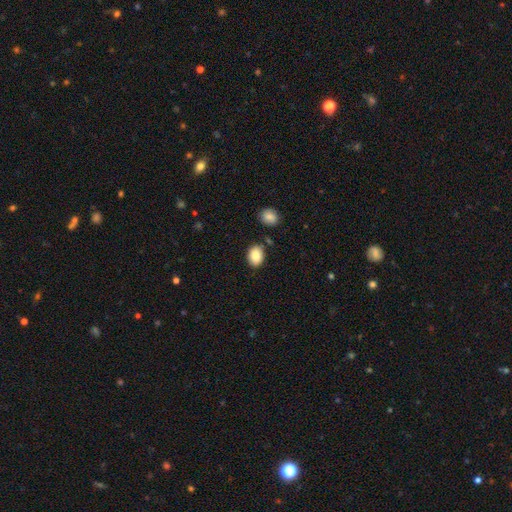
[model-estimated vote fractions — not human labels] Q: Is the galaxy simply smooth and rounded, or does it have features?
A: smooth — 87%.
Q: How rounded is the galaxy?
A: in between — 68%.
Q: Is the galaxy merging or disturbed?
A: none — 79%.